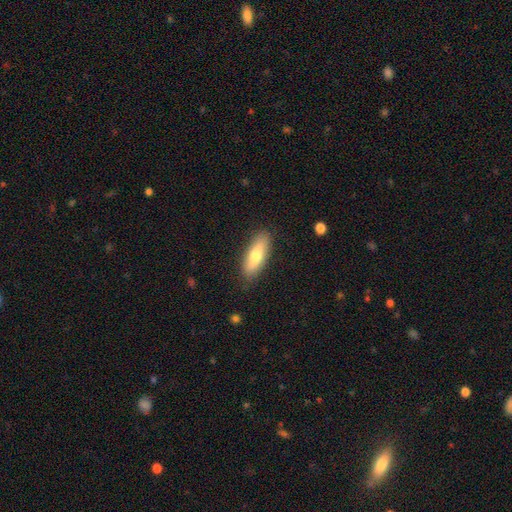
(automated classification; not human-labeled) Smooth or featured?
  - smooth: 69% *
  - featured or disk: 25%
  - star or artifact: 6%
How rounded?
  - in between: 62% *
  - cigar-shaped: 36%
  - round: 2%
Merging?
  - none: 86% *
  - minor disturbance: 11%
  - major disturbance: 2%
  - merger: 1%